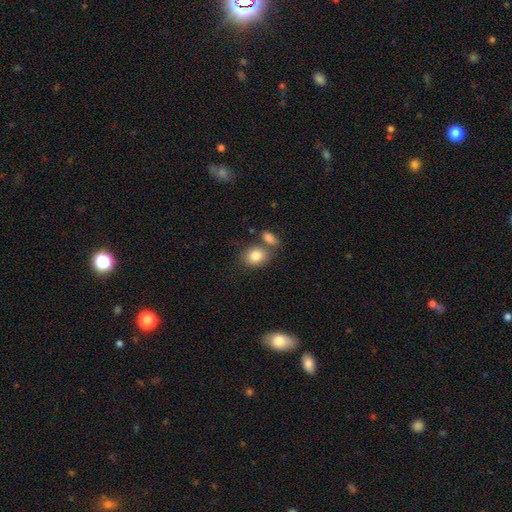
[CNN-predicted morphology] smooth-or-featured: smooth: 83% | star or artifact: 8% | featured or disk: 8%
  how-rounded: in between: 53% | round: 46% | cigar-shaped: 1%
  merging: none: 57% | merger: 26% | minor disturbance: 12% | major disturbance: 4%